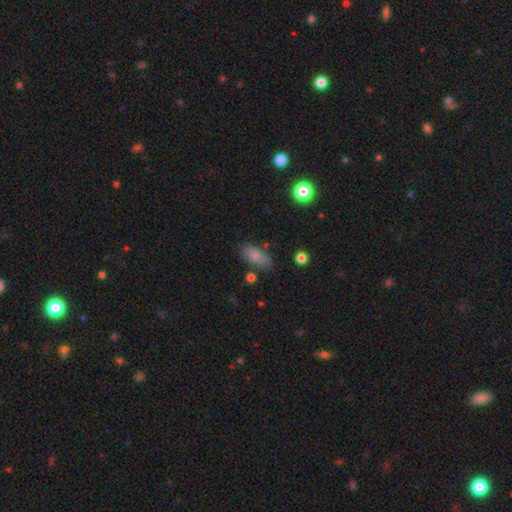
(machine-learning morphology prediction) This appears to be a smooth galaxy with no disk features (82%) that is in between round and cigar-shaped (89%). Merging: none (76%).